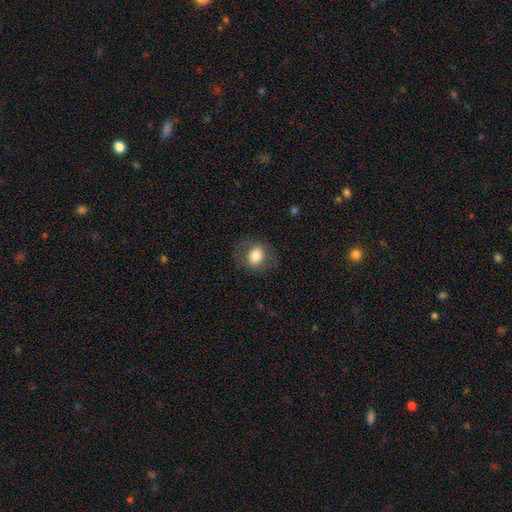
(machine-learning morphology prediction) Q: Smooth or featured?
A: smooth (69%); runner-up: featured or disk (23%)
Q: How rounded?
A: round (54%); runner-up: in between (45%)
Q: Merging?
A: none (75%); runner-up: minor disturbance (14%)